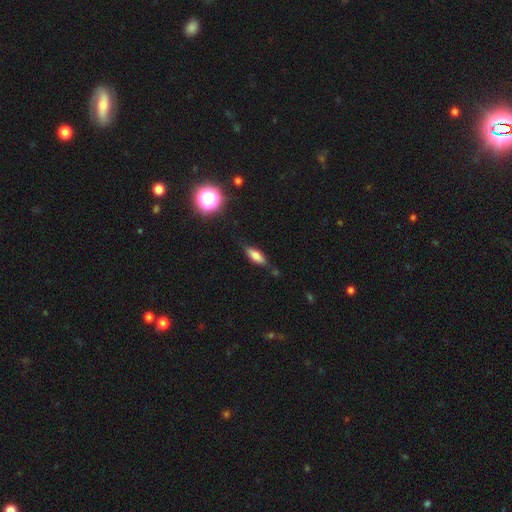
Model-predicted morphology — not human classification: The model was most divided on "how rounded": in between: 62%, cigar-shaped: 35%, round: 3%. More confident: merging — none (71%); smooth or featured — smooth (65%).